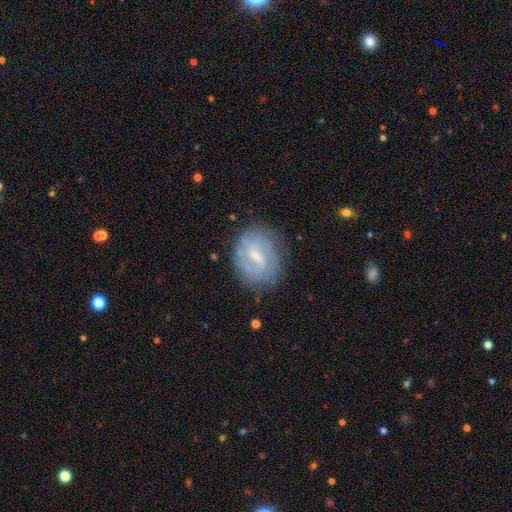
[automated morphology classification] smooth_or_featured: featured or disk (p=0.66) [alt: smooth p=0.26]
disk_edge_on: no (p=0.96) [alt: yes p=0.04]
bar: weak (p=0.58) [alt: strong p=0.28]
has_spiral_arms: yes (p=0.76) [alt: no p=0.24]
bulge_size: small (p=0.49) [alt: moderate p=0.34]
merging: none (p=0.74) [alt: minor disturbance p=0.18]